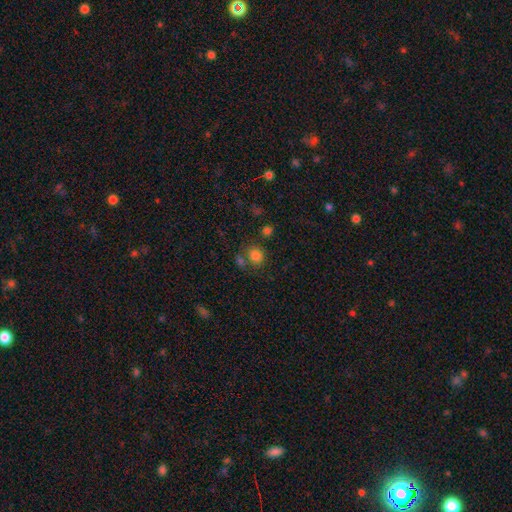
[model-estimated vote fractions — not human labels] The model was most divided on "merging": none: 65%, merger: 18%, minor disturbance: 12%, major disturbance: 5%. More confident: smooth or featured — smooth (79%); how rounded — round (79%).